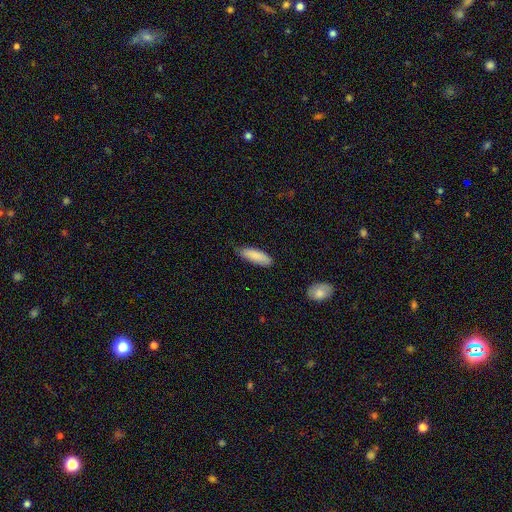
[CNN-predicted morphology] Smooth or featured: smooth — 87% (featured or disk — 7%)
How rounded: in between — 57% (cigar-shaped — 41%)
Merging: none — 73% (minor disturbance — 23%)